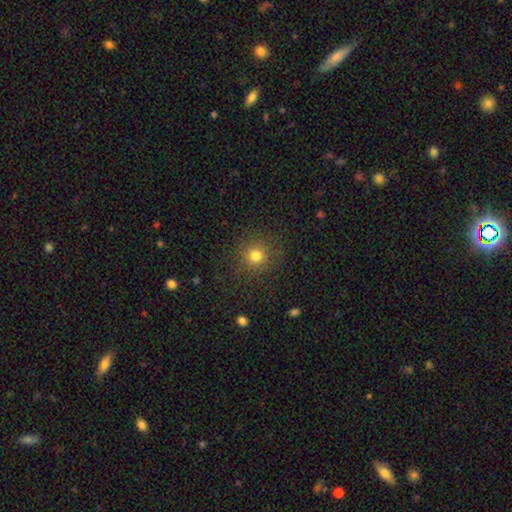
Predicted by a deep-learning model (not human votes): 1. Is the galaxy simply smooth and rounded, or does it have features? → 78% smooth, 15% star or artifact, 7% featured or disk.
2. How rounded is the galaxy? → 92% round, 7% in between, 1% cigar-shaped.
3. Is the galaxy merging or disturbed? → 87% none, 8% minor disturbance, 4% major disturbance, 1% merger.